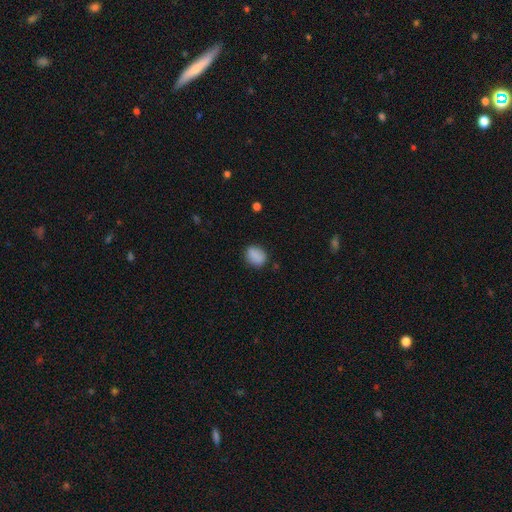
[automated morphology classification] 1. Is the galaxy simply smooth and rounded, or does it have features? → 86% smooth, 9% star or artifact, 5% featured or disk.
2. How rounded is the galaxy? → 57% in between, 42% round, 2% cigar-shaped.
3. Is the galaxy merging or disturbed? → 80% none, 15% minor disturbance, 3% major disturbance, 2% merger.